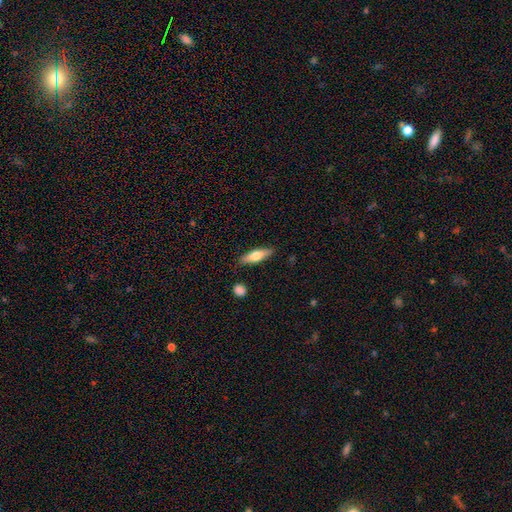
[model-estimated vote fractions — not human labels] This appears to be a smooth galaxy with no disk features (62%) that is cigar-shaped (59%). Merging: none (86%).